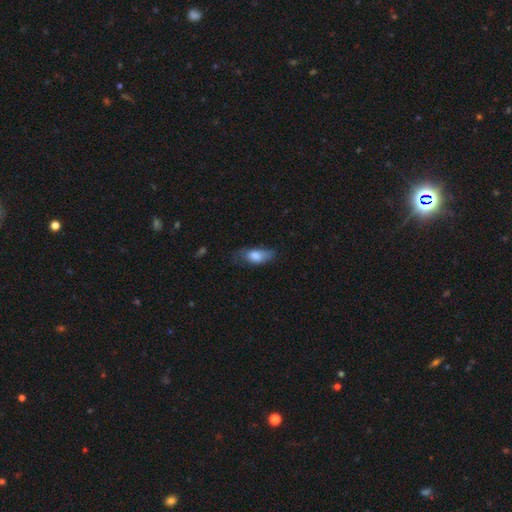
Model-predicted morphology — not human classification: Smooth or featured: smooth — 74% (featured or disk — 19%)
How rounded: in between — 83% (cigar-shaped — 14%)
Merging: none — 48% (minor disturbance — 34%)